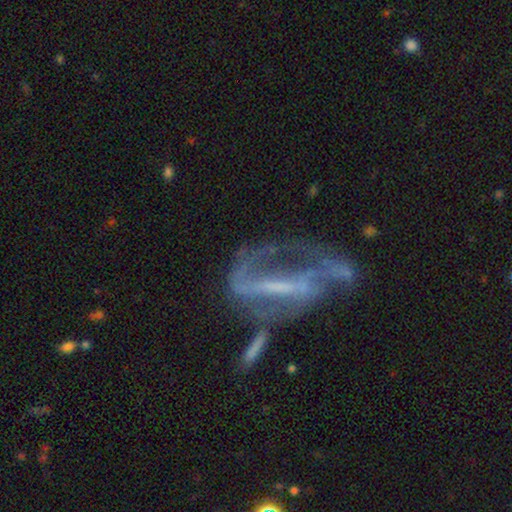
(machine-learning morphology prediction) Smooth or featured: featured or disk — 75% (star or artifact — 13%)
Edge-on disk: no — 86% (yes — 14%)
Bar: strong — 49% (weak — 29%)
Spiral arms: yes — 65% (no — 35%)
Bulge size: none — 42% (small — 39%)
Merging: major disturbance — 38% (none — 30%)